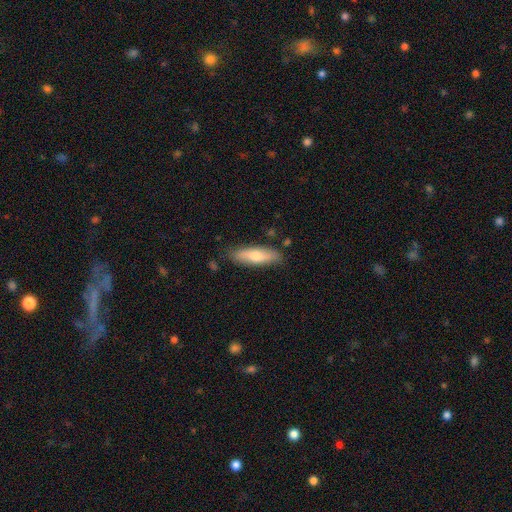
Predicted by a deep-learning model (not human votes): Overall: smooth (64%; featured or disk 29%). How rounded: cigar-shaped (59%; in between 39%). Merging: none (84%).